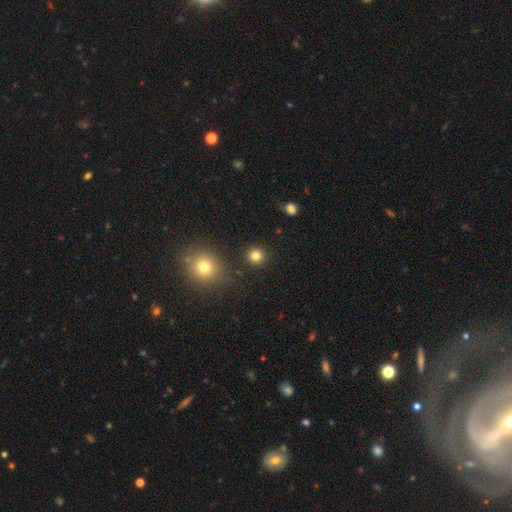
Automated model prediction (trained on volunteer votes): Smooth or featured? Predicted: smooth (p=0.82). How rounded? Predicted: round (p=0.93). Merging? Predicted: none (p=0.90).